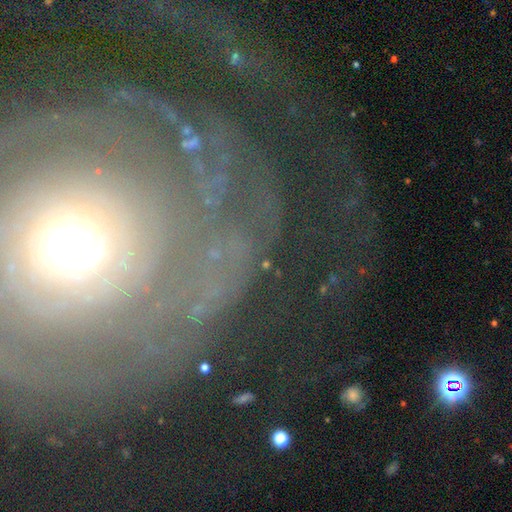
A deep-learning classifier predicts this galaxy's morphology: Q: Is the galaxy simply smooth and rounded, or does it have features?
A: featured or disk — 73%.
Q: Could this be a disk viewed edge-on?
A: no — 95%.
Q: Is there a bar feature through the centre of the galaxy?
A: no — 79%.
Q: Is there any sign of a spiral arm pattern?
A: yes — 74%.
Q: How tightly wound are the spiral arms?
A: tight — 63%.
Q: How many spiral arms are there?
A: can't tell — 40%.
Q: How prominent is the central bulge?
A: moderate — 58%.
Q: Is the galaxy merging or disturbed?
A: none — 62%.